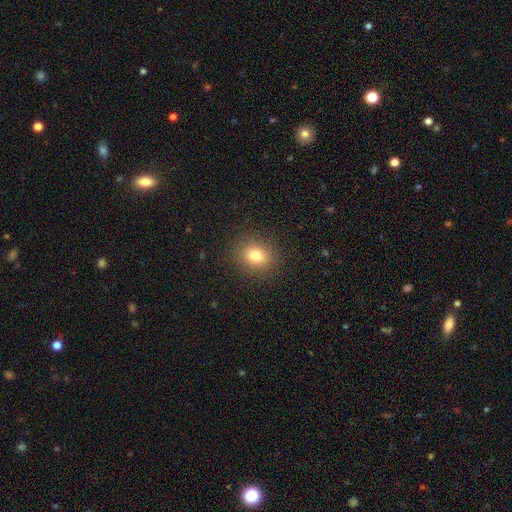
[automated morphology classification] The model was most divided on "how rounded": round: 72%, in between: 27%, cigar-shaped: 1%. More confident: merging — none (89%); smooth or featured — smooth (79%).